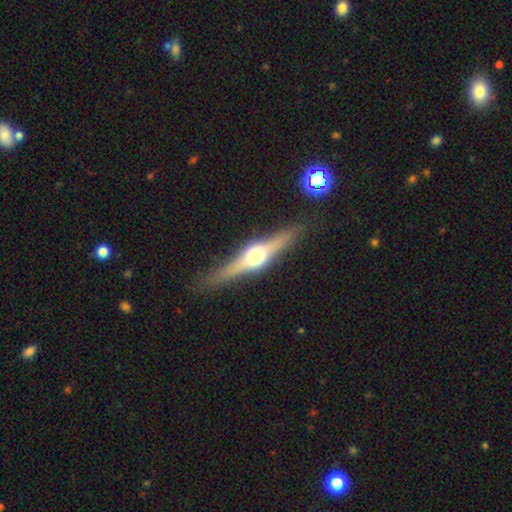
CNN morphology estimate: Smooth or featured? featured or disk (76%)
Edge-on disk? yes (97%)
Edge-on bulge? rounded (93%)
Merging? none (87%)